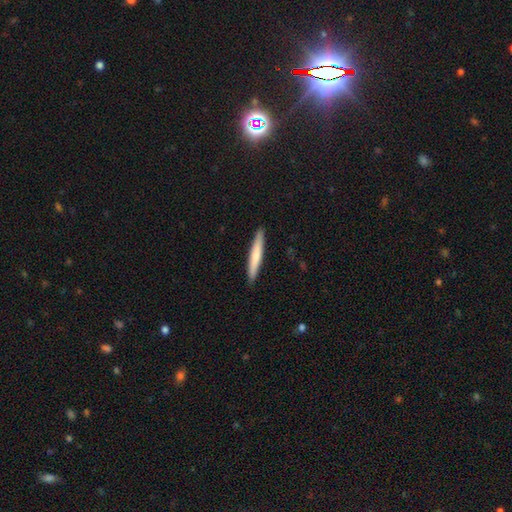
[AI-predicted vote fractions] smooth 68%, featured or disk 27%, star or artifact 5%. Down the decision tree: how rounded — cigar-shaped (95%); merging — none (91%).